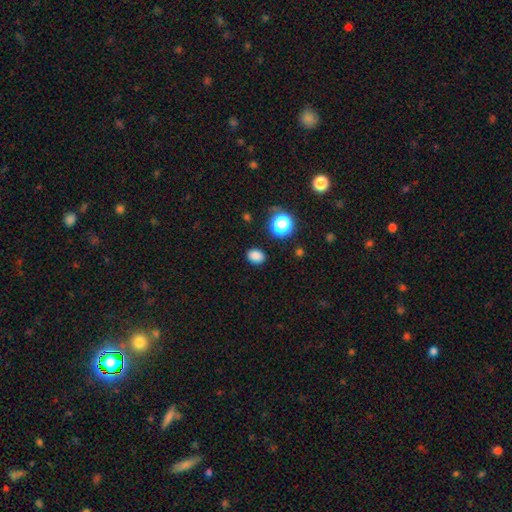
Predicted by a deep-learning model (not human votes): Overall: smooth (83%). How rounded: in between (63%; round 36%). Merging: none (87%).